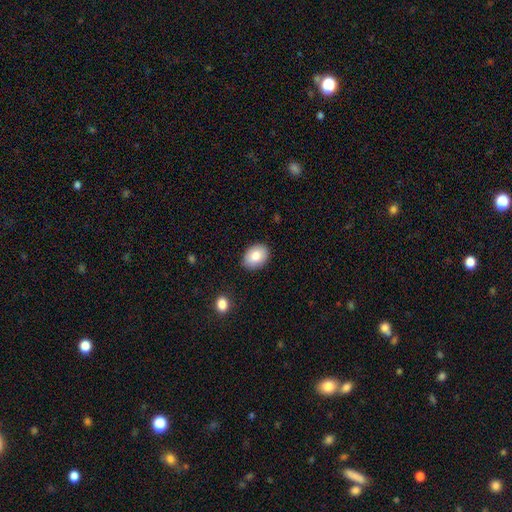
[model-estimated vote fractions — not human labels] This appears to be a smooth galaxy with no disk features (80%) that is in between round and cigar-shaped (72%). Merging: none (86%).